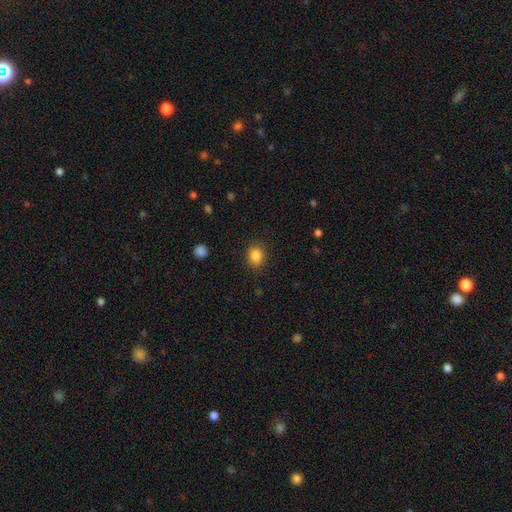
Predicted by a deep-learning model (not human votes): Smooth or featured?
  - smooth: 86% *
  - star or artifact: 10%
  - featured or disk: 4%
How rounded?
  - in between: 50% *
  - round: 49%
  - cigar-shaped: 1%
Merging?
  - none: 86% *
  - minor disturbance: 10%
  - major disturbance: 3%
  - merger: 1%